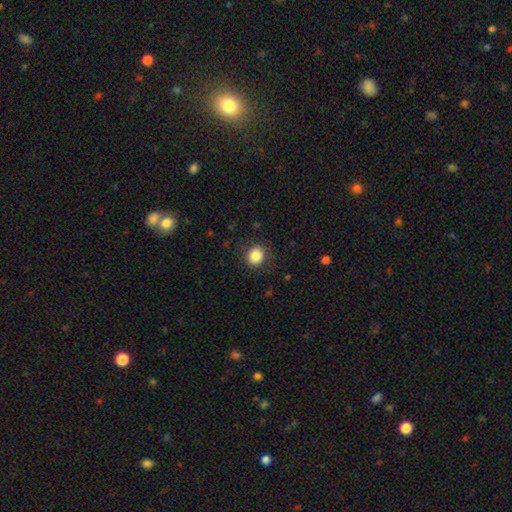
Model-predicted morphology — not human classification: A smooth galaxy with no disk features (86%) that is round (84%). Merging: none (86%).